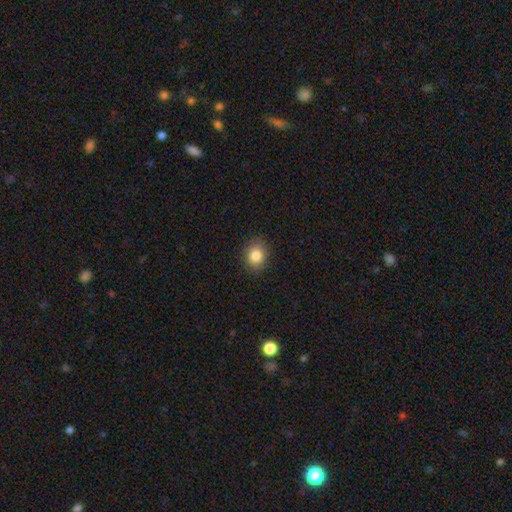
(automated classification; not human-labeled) Smooth or featured?
  - smooth: 84% *
  - star or artifact: 10%
  - featured or disk: 6%
How rounded?
  - round: 56% *
  - in between: 43%
  - cigar-shaped: 1%
Merging?
  - none: 88% *
  - minor disturbance: 9%
  - major disturbance: 2%
  - merger: 1%